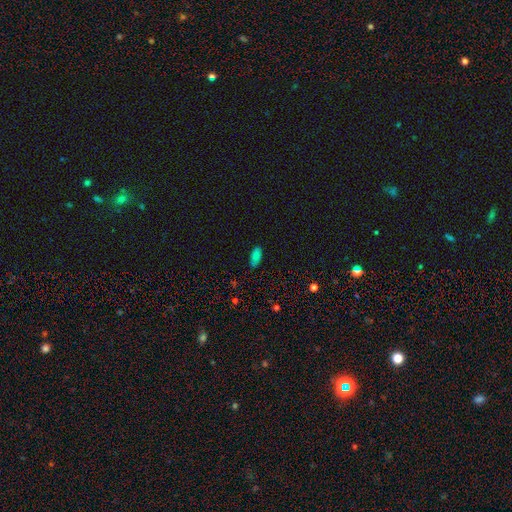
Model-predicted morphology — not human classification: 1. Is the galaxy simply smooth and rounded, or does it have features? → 78% smooth, 16% star or artifact, 6% featured or disk.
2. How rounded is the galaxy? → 90% in between, 7% cigar-shaped, 3% round.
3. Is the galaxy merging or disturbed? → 81% none, 15% minor disturbance, 3% major disturbance, 1% merger.